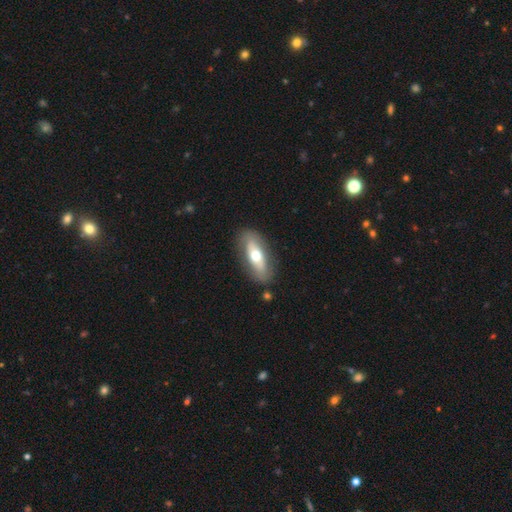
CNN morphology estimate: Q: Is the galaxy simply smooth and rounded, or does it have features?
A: smooth — 50%.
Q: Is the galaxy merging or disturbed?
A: none — 83%.